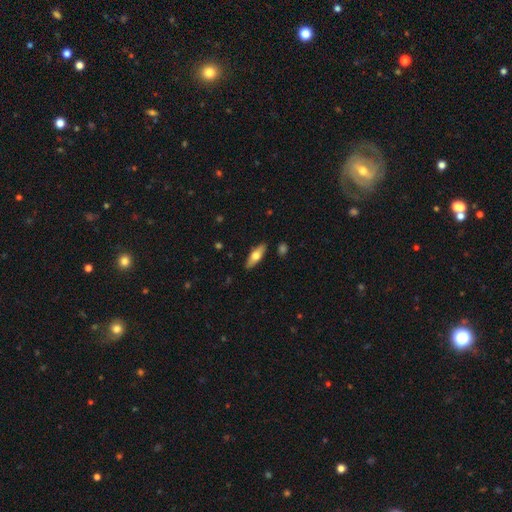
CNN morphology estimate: A smooth galaxy with no disk features (58%) that is in between round and cigar-shaped (56%).

Vote fractions:
- Smooth or featured? smooth: 58% / featured or disk: 36% / star or artifact: 6%
- How rounded? in between: 56% / cigar-shaped: 41% / round: 3%
- Merging? none: 88% / minor disturbance: 8% / major disturbance: 2% / merger: 1%